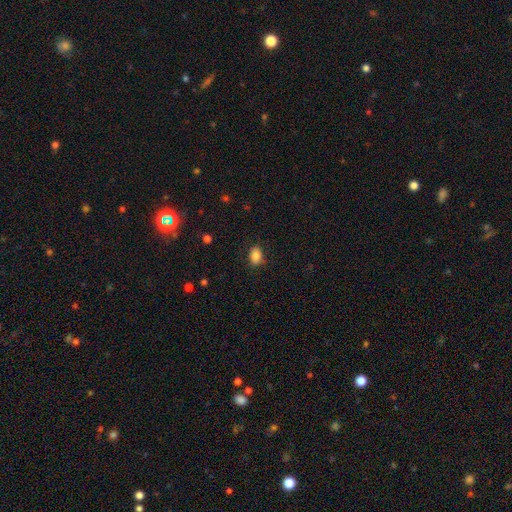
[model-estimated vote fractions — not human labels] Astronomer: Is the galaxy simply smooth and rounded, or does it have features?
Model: smooth — 85%.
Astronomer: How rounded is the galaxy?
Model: in between — 82%.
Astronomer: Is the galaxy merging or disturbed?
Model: none — 84%.